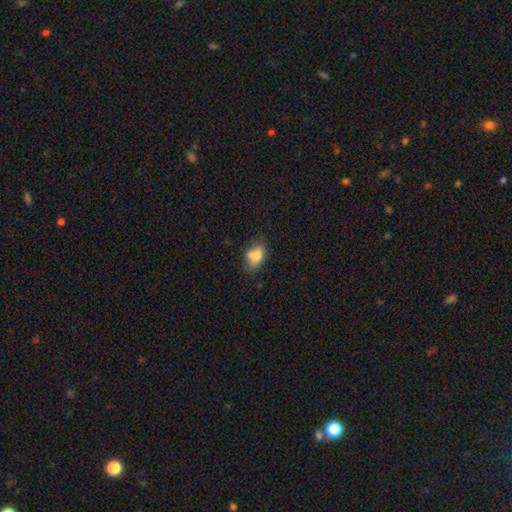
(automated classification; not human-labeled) Smooth or featured?
  - smooth: 78% *
  - featured or disk: 13%
  - star or artifact: 9%
How rounded?
  - in between: 82% *
  - round: 16%
  - cigar-shaped: 2%
Merging?
  - none: 55% *
  - minor disturbance: 29%
  - major disturbance: 8%
  - merger: 7%